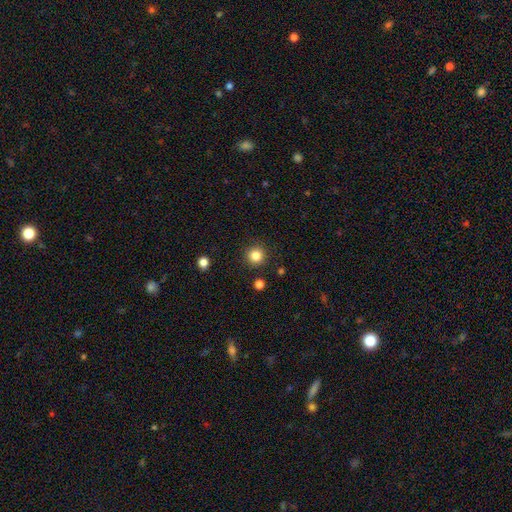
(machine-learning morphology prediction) Smooth or featured: smooth — 84% (star or artifact — 12%)
How rounded: round — 95% (in between — 4%)
Merging: none — 91% (minor disturbance — 5%)